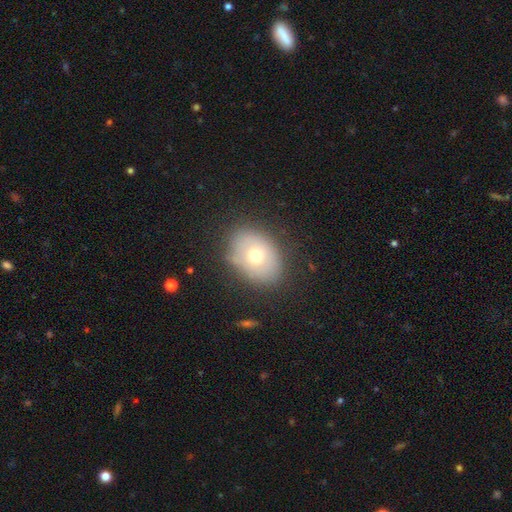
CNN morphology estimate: smooth 63%, featured or disk 27%, star or artifact 10%. Down the decision tree: how rounded — in between (66%); merging — none (77%).